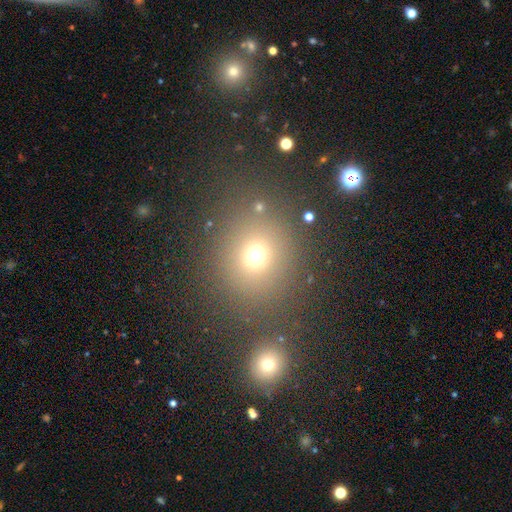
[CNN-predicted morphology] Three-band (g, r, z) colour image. It shows a smooth galaxy with no disk features (69%) that is round (77%). Merging: none (76%).